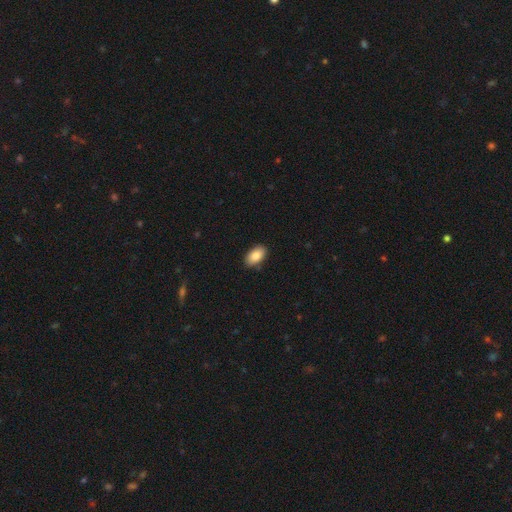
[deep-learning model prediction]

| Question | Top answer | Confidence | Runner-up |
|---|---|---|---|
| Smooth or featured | smooth | 87% | star or artifact (7%) |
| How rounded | in between | 94% | round (4%) |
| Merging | none | 88% | minor disturbance (9%) |